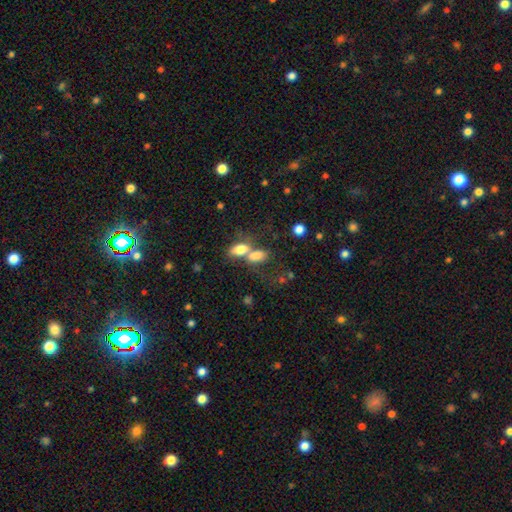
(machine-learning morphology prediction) smooth-or-featured: smooth: 76% | featured or disk: 14% | star or artifact: 10%
  how-rounded: in between: 85% | round: 9% | cigar-shaped: 6%
  merging: merger: 63% | none: 23% | minor disturbance: 8% | major disturbance: 6%